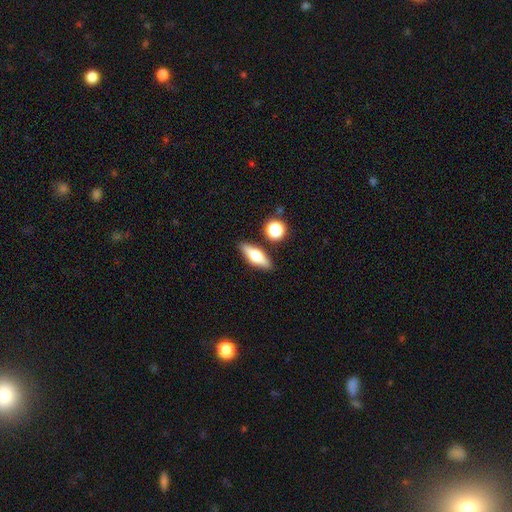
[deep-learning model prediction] A smooth galaxy with no disk features (51%) that is in between round and cigar-shaped (57%).

Vote fractions:
- Smooth or featured? smooth: 51% / featured or disk: 41% / star or artifact: 8%
- How rounded? in between: 57% / cigar-shaped: 37% / round: 6%
- Merging? none: 84% / minor disturbance: 9% / merger: 5% / major disturbance: 2%